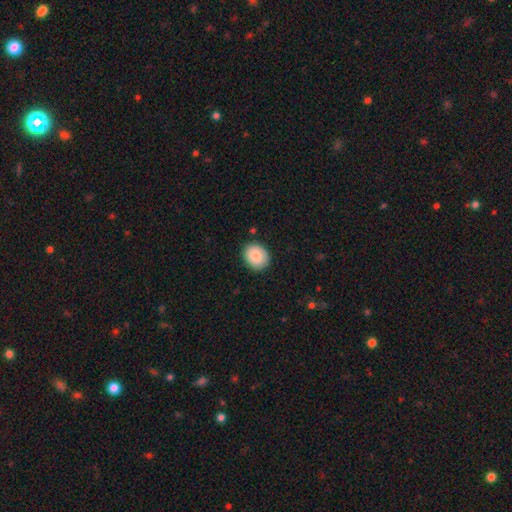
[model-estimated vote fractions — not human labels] smooth-or-featured: smooth: 85% | featured or disk: 8% | star or artifact: 7%
  how-rounded: round: 62% | in between: 38% | cigar-shaped: 1%
  merging: none: 87% | minor disturbance: 10% | major disturbance: 2% | merger: 1%